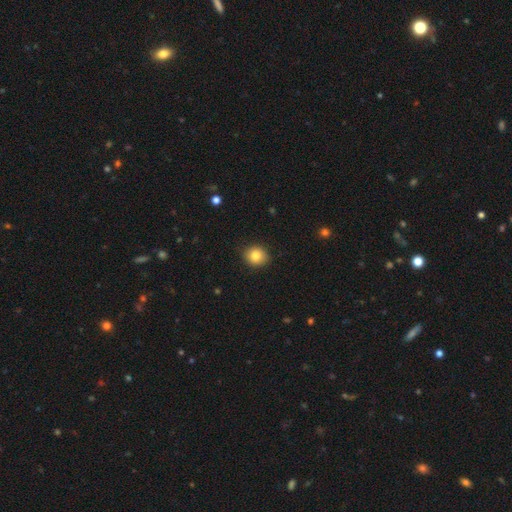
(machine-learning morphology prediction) Smooth or featured? Predicted: smooth (p=0.83). How rounded? Predicted: round (p=0.77). Merging? Predicted: none (p=0.89).